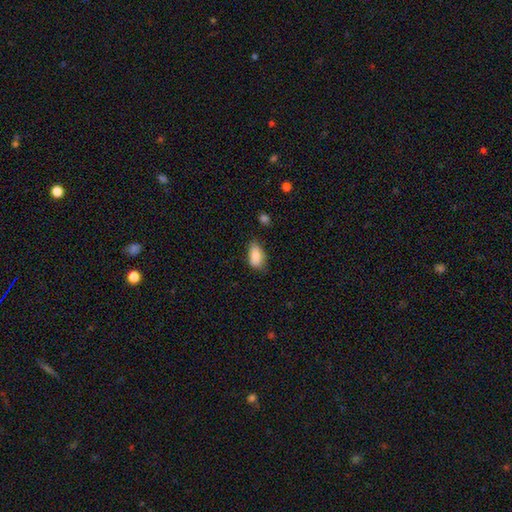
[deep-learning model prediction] Q: Smooth or featured?
A: smooth (81%); runner-up: featured or disk (12%)
Q: How rounded?
A: in between (90%); runner-up: round (5%)
Q: Merging?
A: none (64%); runner-up: minor disturbance (28%)